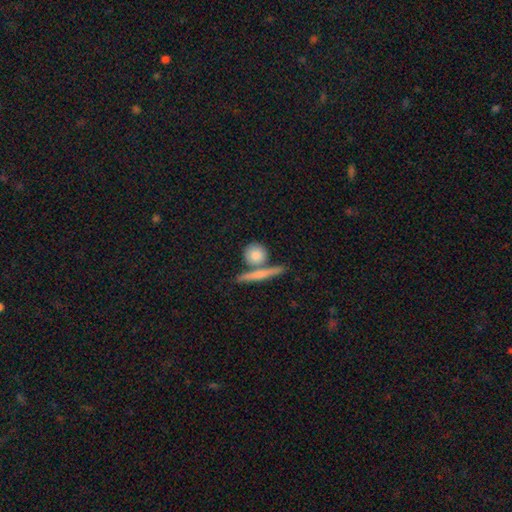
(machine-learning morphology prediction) type=smooth (76%); roundness=round (75%); merging=none (66%).